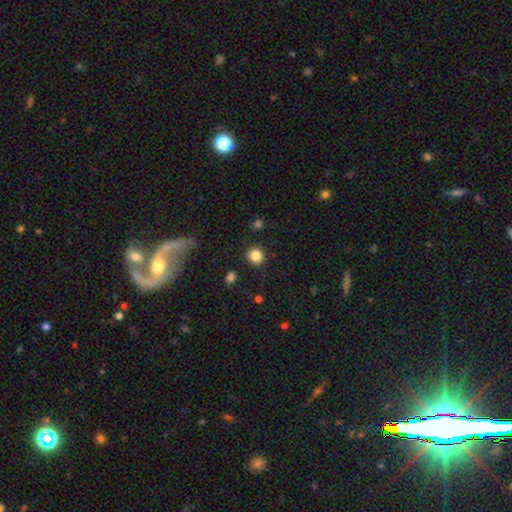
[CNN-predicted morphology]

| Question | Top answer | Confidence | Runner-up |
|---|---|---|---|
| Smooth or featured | smooth | 85% | star or artifact (10%) |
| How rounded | round | 90% | in between (9%) |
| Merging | none | 89% | minor disturbance (6%) |